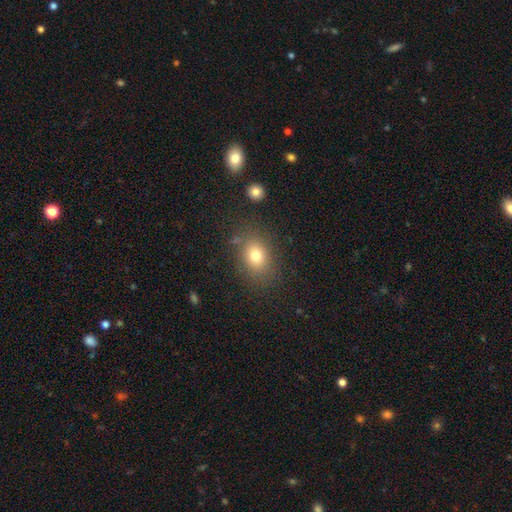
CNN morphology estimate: smooth 77%, star or artifact 13%, featured or disk 10%. Down the decision tree: how rounded — in between (57%); merging — none (79%).